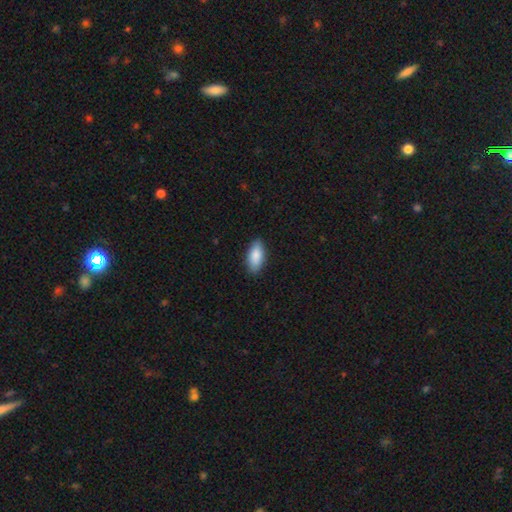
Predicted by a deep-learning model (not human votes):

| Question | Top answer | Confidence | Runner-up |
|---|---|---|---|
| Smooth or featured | smooth | 87% | featured or disk (7%) |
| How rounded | in between | 89% | cigar-shaped (9%) |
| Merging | none | 87% | minor disturbance (10%) |